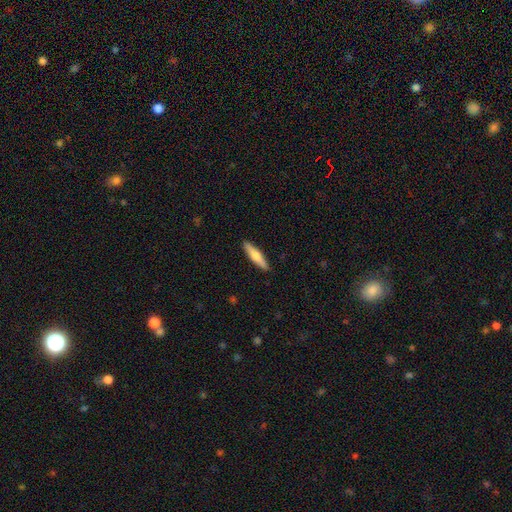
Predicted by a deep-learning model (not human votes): A smooth galaxy with no disk features (62%) that is cigar-shaped (82%). Merging: none (91%).